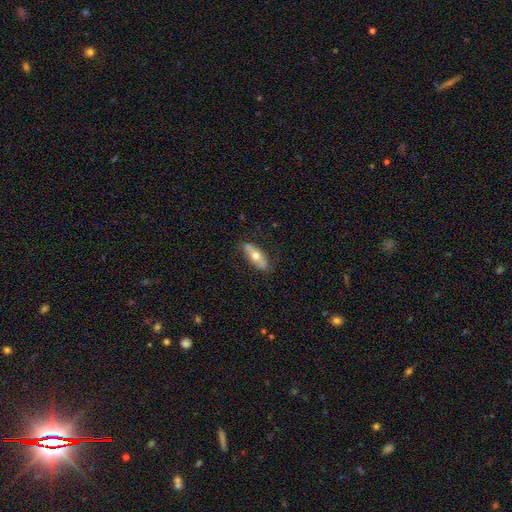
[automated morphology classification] type=smooth (56%); roundness=in between (73%); merging=none (79%).